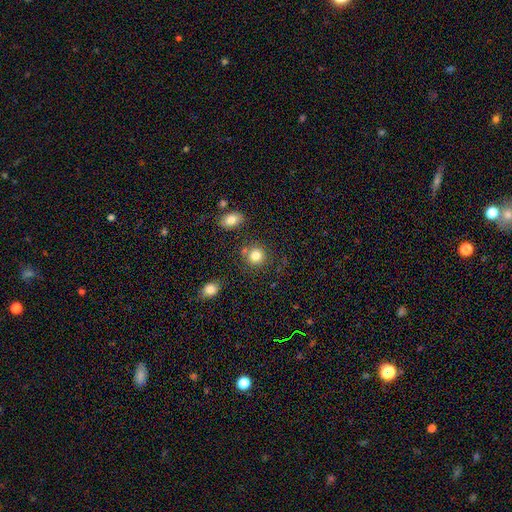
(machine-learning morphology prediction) Smooth or featured? Predicted: smooth (p=0.82). How rounded? Predicted: round (p=0.87). Merging? Predicted: none (p=0.76).